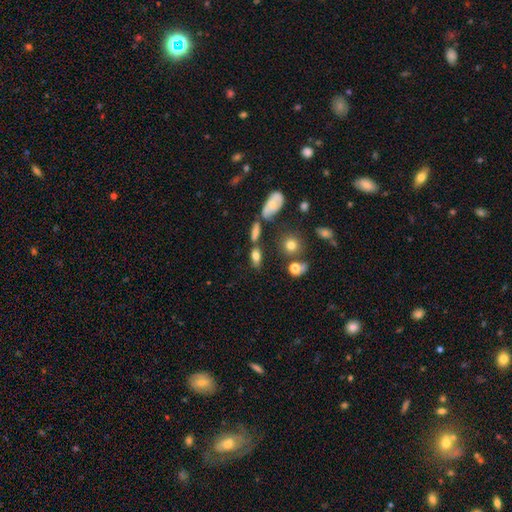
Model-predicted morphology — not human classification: Smooth or featured: smooth — 65% (featured or disk — 23%)
How rounded: in between — 73% (cigar-shaped — 17%)
Merging: none — 64% (minor disturbance — 16%)